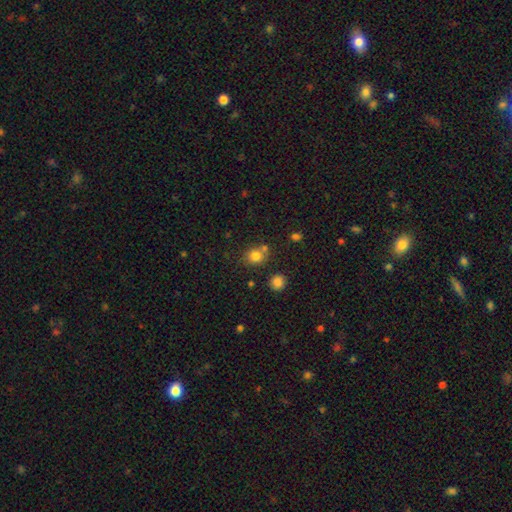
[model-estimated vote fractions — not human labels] Smooth or featured: smooth — 80% (star or artifact — 13%)
How rounded: round — 79% (in between — 20%)
Merging: none — 66% (merger — 19%)